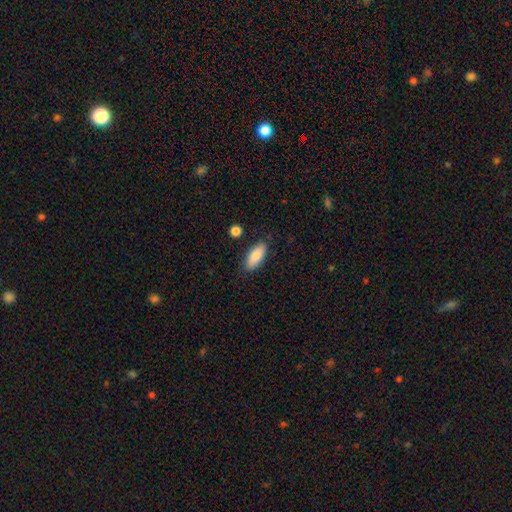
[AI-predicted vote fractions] smooth 85%, featured or disk 9%, star or artifact 6%. Down the decision tree: how rounded — in between (82%); merging — none (84%).